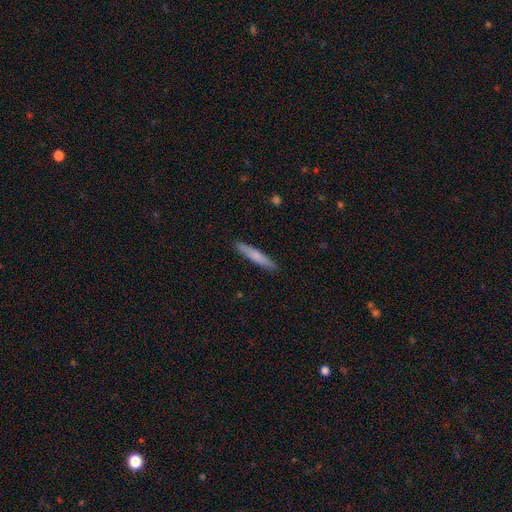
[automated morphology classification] Smooth or featured? Predicted: smooth (p=0.72). How rounded? Predicted: cigar-shaped (p=0.93). Merging? Predicted: none (p=0.90).